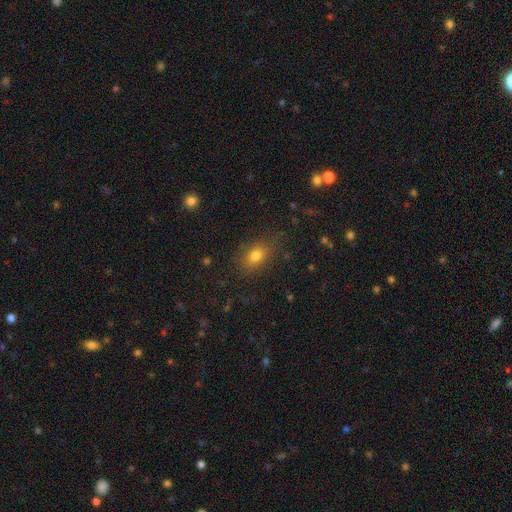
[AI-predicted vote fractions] Smooth or featured? smooth (78%)
How rounded? in between (73%)
Merging? none (79%)